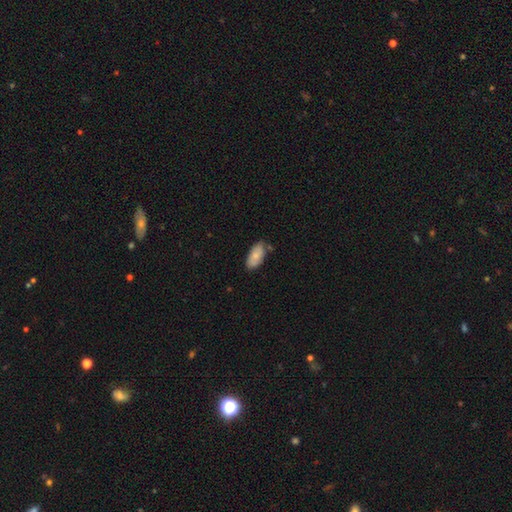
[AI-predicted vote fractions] smooth 78%, featured or disk 16%, star or artifact 6%. Down the decision tree: how rounded — in between (92%); merging — none (69%).